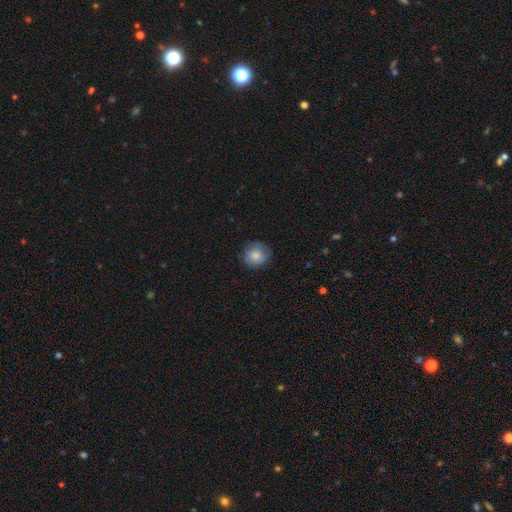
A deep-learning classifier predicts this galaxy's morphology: smooth-or-featured: smooth: 77% | featured or disk: 15% | star or artifact: 7%
  how-rounded: round: 83% | in between: 17% | cigar-shaped: 1%
  merging: none: 76% | minor disturbance: 18% | major disturbance: 5% | merger: 1%